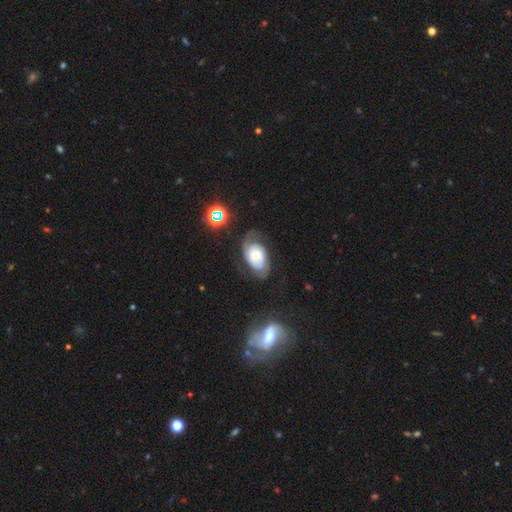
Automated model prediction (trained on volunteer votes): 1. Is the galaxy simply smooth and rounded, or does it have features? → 72% featured or disk, 20% smooth, 8% star or artifact.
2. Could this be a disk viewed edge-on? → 96% no, 4% yes.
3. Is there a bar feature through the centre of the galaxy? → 70% no, 24% weak, 6% strong.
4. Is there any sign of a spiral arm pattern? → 88% yes, 12% no.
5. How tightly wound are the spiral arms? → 42% tight, 39% medium, 19% loose.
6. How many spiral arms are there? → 71% 2, 15% can't tell, 8% 1, 3% 3, 1% 4, 1% more than 4.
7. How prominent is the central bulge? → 42% moderate, 35% small, 15% large, 4% dominant, 3% none.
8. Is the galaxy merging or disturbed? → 57% none, 22% minor disturbance, 19% major disturbance, 3% merger.